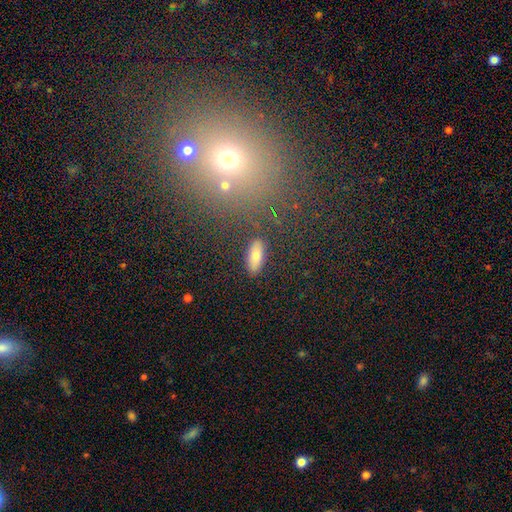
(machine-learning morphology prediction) smooth_or_featured: smooth (p=0.77) [alt: featured or disk p=0.12]
how_rounded: in between (p=0.77) [alt: cigar-shaped p=0.20]
merging: none (p=0.85) [alt: minor disturbance p=0.10]